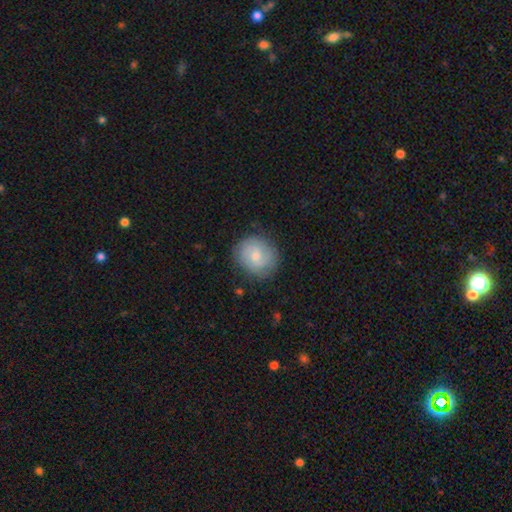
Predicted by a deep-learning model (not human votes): Q: Smooth or featured?
A: featured or disk (55%); runner-up: smooth (38%)
Q: Edge-on disk?
A: no (98%); runner-up: yes (2%)
Q: Bar?
A: no (58%); runner-up: weak (38%)
Q: Spiral arms?
A: yes (89%); runner-up: no (11%)
Q: Bulge size?
A: small (48%); runner-up: moderate (45%)
Q: Merging?
A: none (83%); runner-up: minor disturbance (12%)